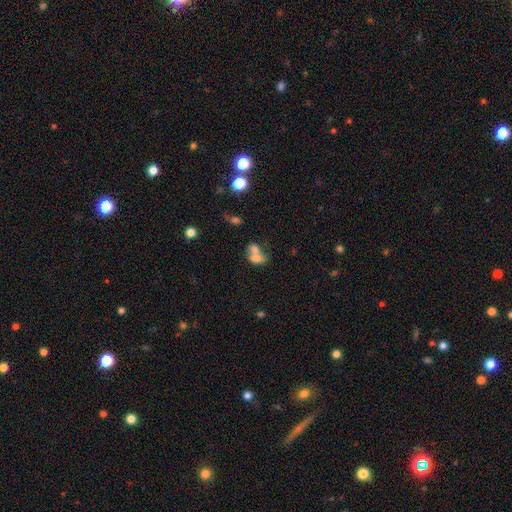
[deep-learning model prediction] Smooth or featured? Predicted: smooth (p=0.67). How rounded? Predicted: in between (p=0.75). Merging? Predicted: merger (p=0.68).